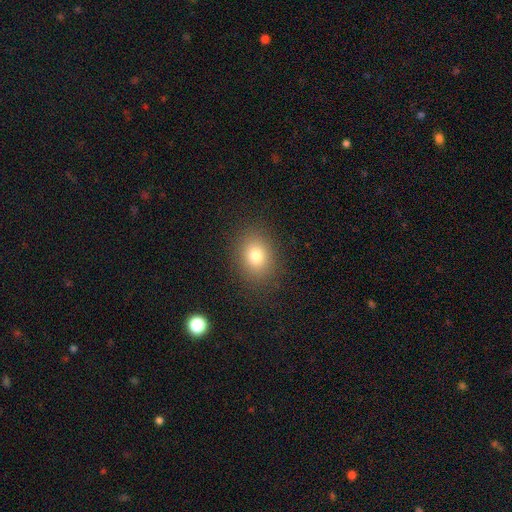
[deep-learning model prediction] Q: Smooth or featured?
A: smooth (78%); runner-up: star or artifact (13%)
Q: How rounded?
A: in between (50%); runner-up: round (49%)
Q: Merging?
A: none (87%); runner-up: minor disturbance (8%)